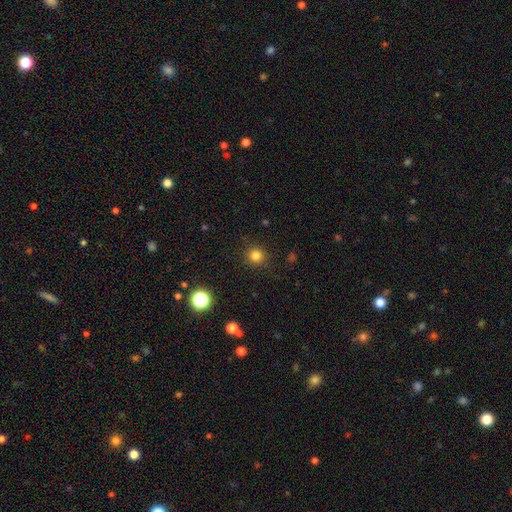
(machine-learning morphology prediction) This appears to be a smooth galaxy with no disk features (81%) that is round (92%). Merging: none (89%).